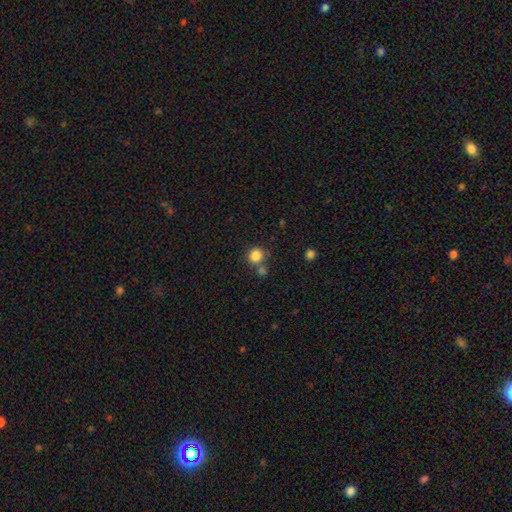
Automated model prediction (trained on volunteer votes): A smooth galaxy with no disk features (84%) that is round (91%).

Vote fractions:
- Smooth or featured? smooth: 84% / star or artifact: 11% / featured or disk: 5%
- How rounded? round: 91% / in between: 8% / cigar-shaped: 1%
- Merging? none: 70% / merger: 18% / minor disturbance: 9% / major disturbance: 3%